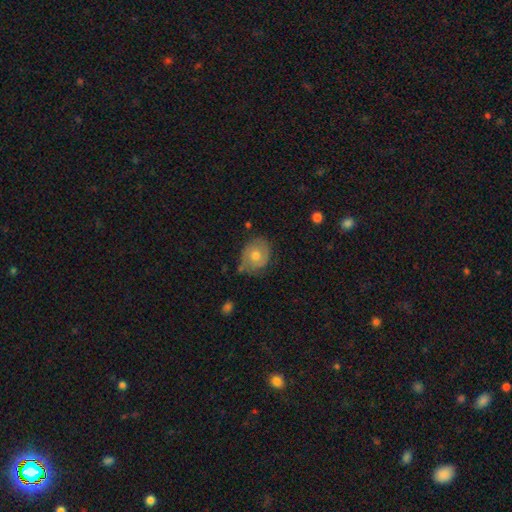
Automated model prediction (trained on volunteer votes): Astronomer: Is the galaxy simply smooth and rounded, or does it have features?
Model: smooth — 48% (runner-up: featured or disk, 43%).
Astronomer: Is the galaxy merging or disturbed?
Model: none — 68%.